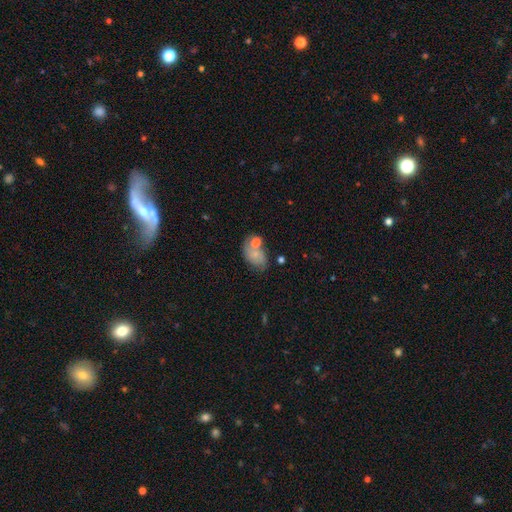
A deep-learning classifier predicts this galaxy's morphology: Smooth or featured? smooth (60%)
How rounded? in between (79%)
Merging? none (36%)